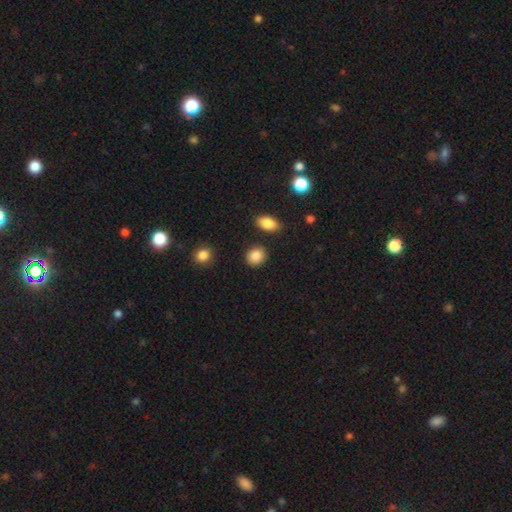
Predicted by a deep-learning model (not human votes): The model was most divided on "how rounded": round: 72%, in between: 27%, cigar-shaped: 1%. More confident: smooth or featured — smooth (89%); merging — none (87%).